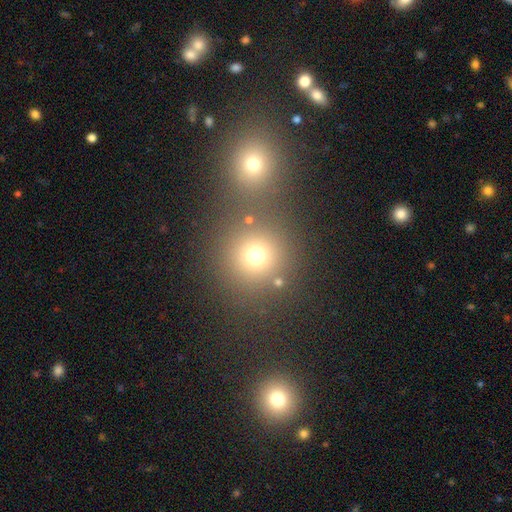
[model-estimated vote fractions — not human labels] Morphology: type=smooth (71%); roundness=round (91%); merging=none (64%).